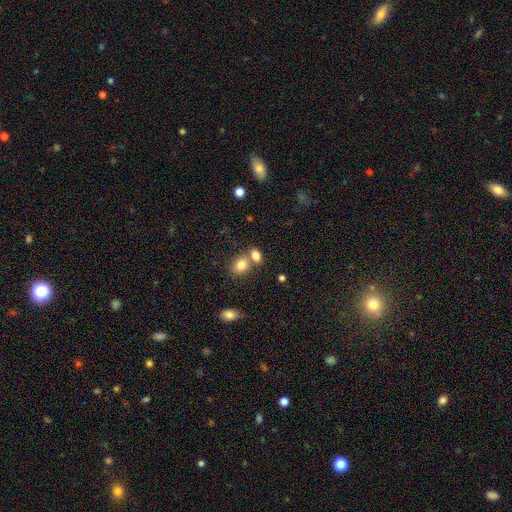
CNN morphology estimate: type=smooth (81%); roundness=in between (75%); merging=none (44%).